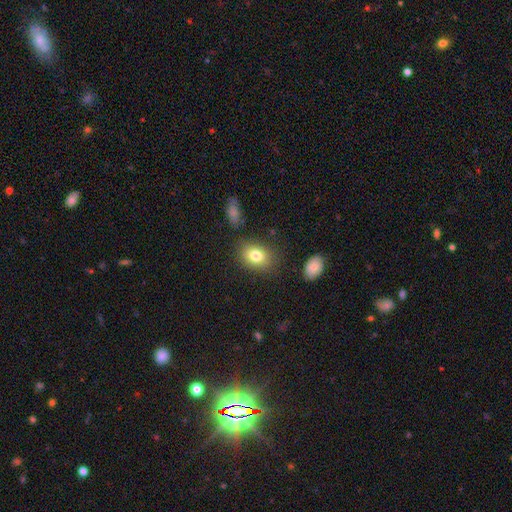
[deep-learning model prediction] Q: Smooth or featured?
A: smooth (81%); runner-up: featured or disk (10%)
Q: How rounded?
A: in between (69%); runner-up: round (30%)
Q: Merging?
A: none (80%); runner-up: minor disturbance (13%)